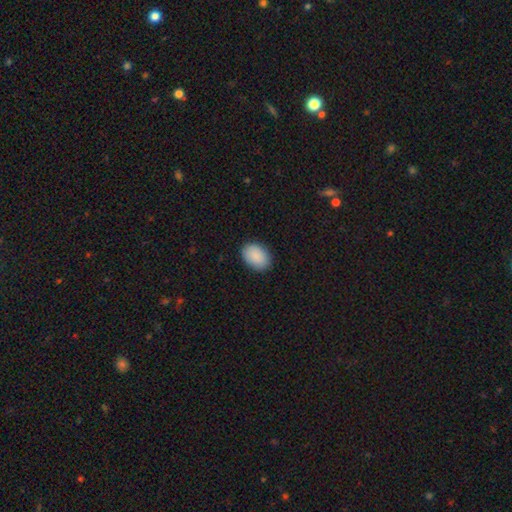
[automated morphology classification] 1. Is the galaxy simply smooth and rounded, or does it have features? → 91% smooth, 6% star or artifact, 3% featured or disk.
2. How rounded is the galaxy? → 82% in between, 17% round, 1% cigar-shaped.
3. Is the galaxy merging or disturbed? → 89% none, 9% minor disturbance, 2% major disturbance, 1% merger.